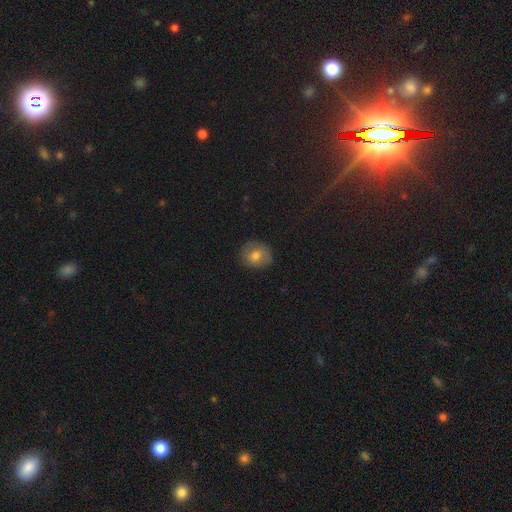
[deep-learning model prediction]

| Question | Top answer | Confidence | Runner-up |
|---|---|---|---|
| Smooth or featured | smooth | 74% | featured or disk (16%) |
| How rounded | round | 74% | in between (25%) |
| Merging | none | 81% | minor disturbance (14%) |